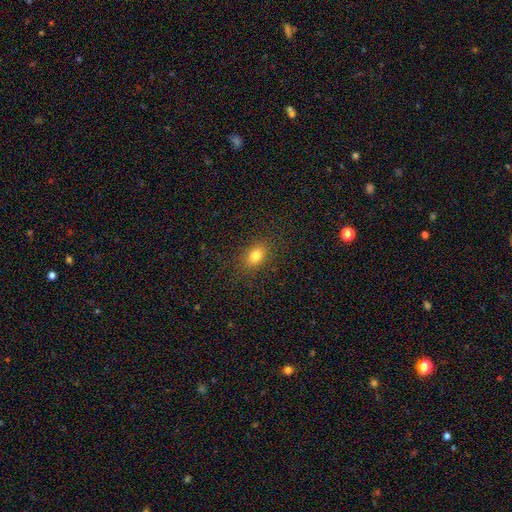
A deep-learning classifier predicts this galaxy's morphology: Smooth or featured? smooth (79%)
How rounded? in between (77%)
Merging? none (87%)